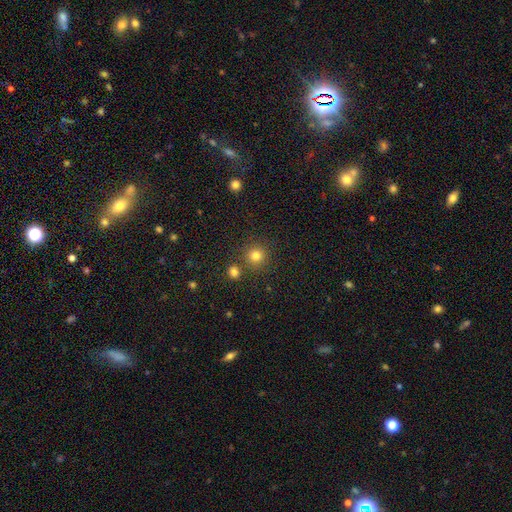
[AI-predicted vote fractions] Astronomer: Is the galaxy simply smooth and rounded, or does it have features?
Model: smooth — 81%.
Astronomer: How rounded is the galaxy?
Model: round — 94%.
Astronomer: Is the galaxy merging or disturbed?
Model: none — 82%.